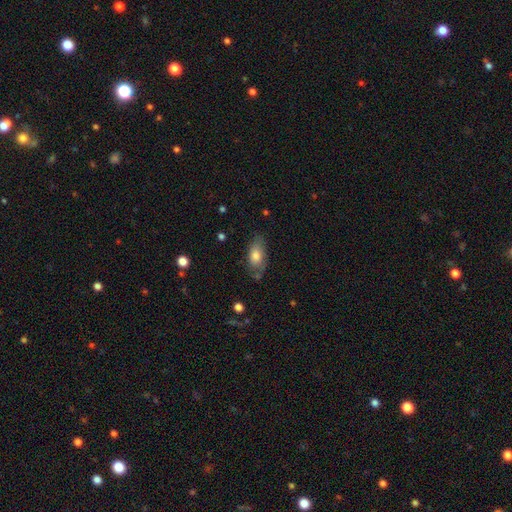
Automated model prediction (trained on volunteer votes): The model was most divided on "merging": none: 65%, minor disturbance: 25%, major disturbance: 7%, merger: 4%. More confident: how rounded — in between (89%); smooth or featured — smooth (75%).